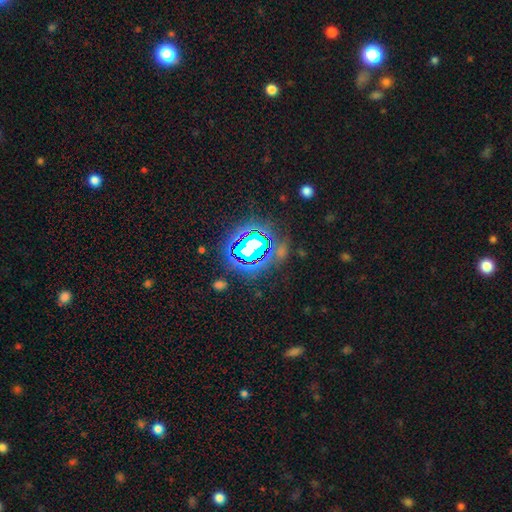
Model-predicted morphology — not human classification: Smooth or featured? star or artifact (83%)